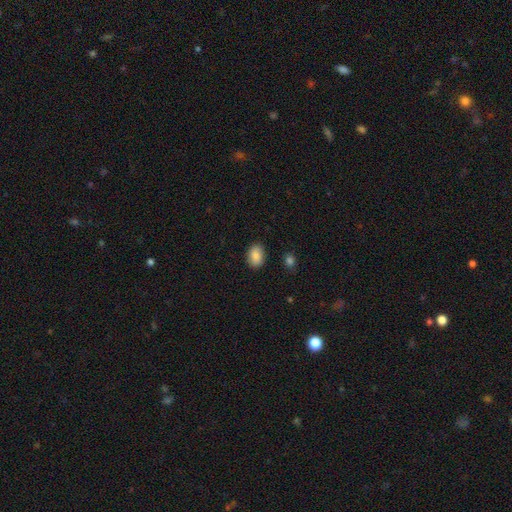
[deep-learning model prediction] Smooth or featured? Predicted: smooth (p=0.88). How rounded? Predicted: in between (p=0.82). Merging? Predicted: none (p=0.87).